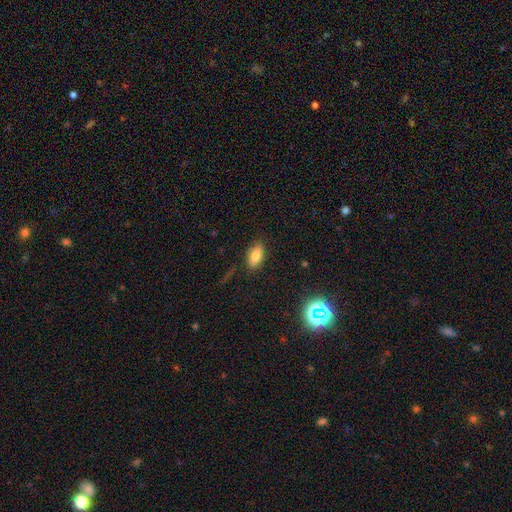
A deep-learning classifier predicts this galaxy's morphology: This appears to be a smooth galaxy with no disk features (77%) that is in between round and cigar-shaped (86%). Merging: none (85%).